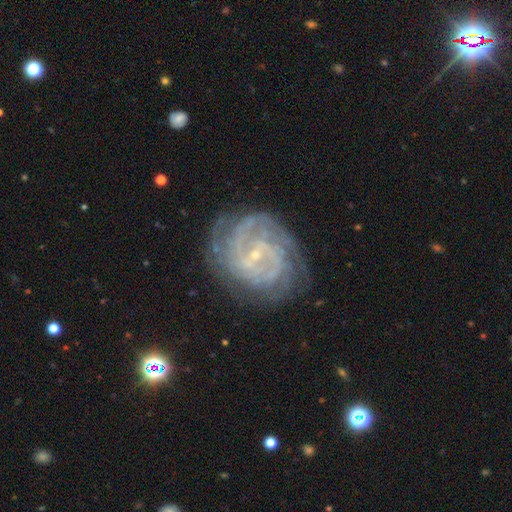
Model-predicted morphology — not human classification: Smooth or featured? featured or disk (87%)
Edge-on disk? no (98%)
Bar? no (45%)
Spiral arms? yes (96%)
Spiral winding? tight (67%)
Spiral arm count? can't tell (29%)
Bulge size? small (86%)
Merging? none (74%)